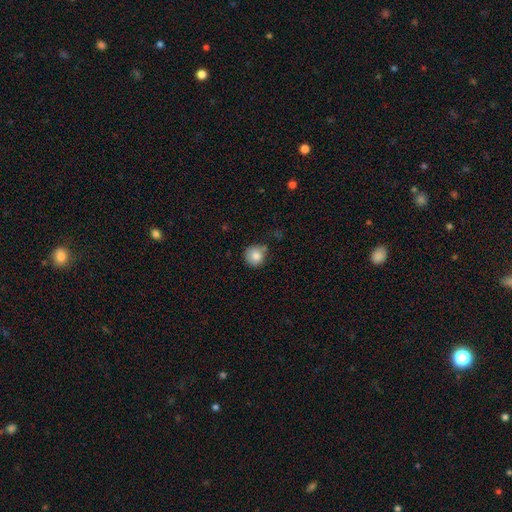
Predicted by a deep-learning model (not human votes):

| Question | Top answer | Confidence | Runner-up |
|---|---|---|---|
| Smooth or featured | smooth | 81% | star or artifact (9%) |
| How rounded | round | 91% | in between (8%) |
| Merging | none | 67% | minor disturbance (22%) |